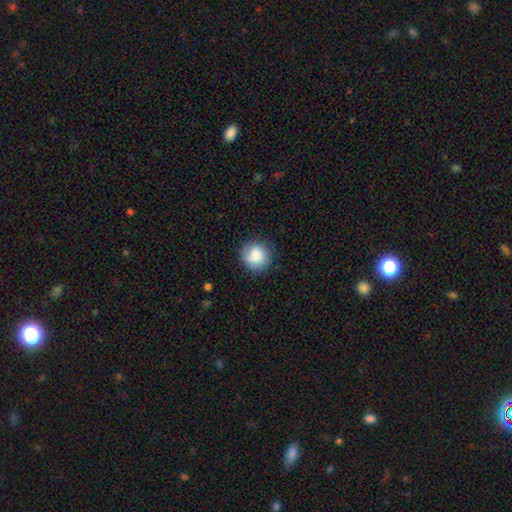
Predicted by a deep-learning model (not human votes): A smooth galaxy with no disk features (83%) that is round (91%).

Vote fractions:
- Smooth or featured? smooth: 83% / featured or disk: 9% / star or artifact: 8%
- How rounded? round: 91% / in between: 8% / cigar-shaped: 1%
- Merging? none: 82% / minor disturbance: 13% / major disturbance: 4% / merger: 1%